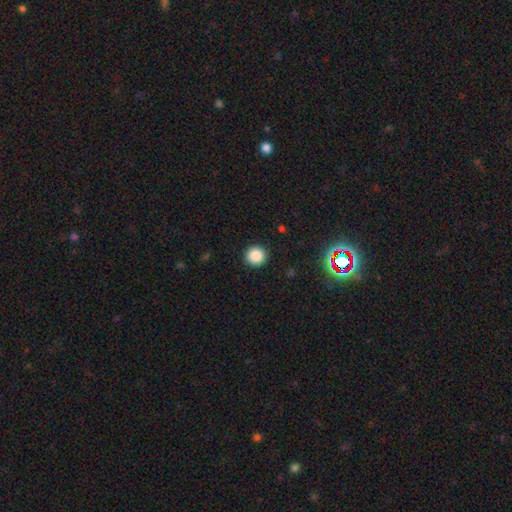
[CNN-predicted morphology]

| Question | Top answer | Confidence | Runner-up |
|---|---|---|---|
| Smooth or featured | smooth | 86% | star or artifact (10%) |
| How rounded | round | 95% | in between (4%) |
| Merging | none | 92% | minor disturbance (5%) |